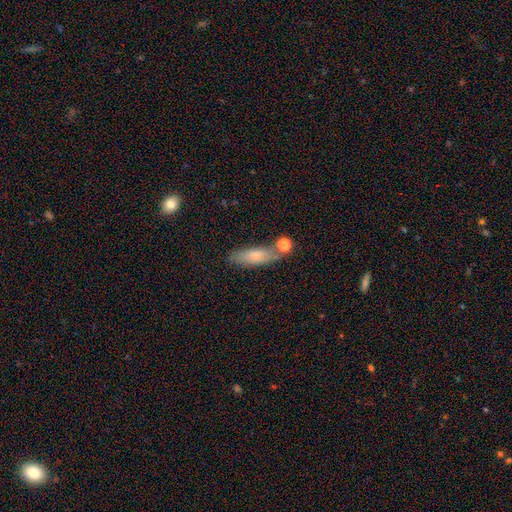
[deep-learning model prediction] Morphology: type=smooth (68%); roundness=in between (49%); merging=none (64%).